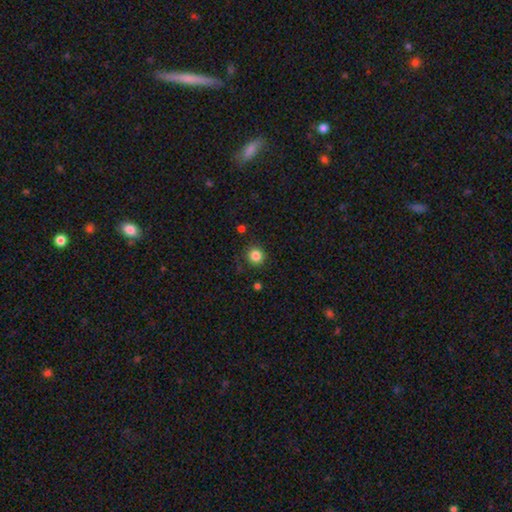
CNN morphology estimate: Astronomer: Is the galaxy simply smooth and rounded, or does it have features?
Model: smooth — 85%.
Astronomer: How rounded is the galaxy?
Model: round — 92%.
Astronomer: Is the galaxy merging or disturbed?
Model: none — 89%.